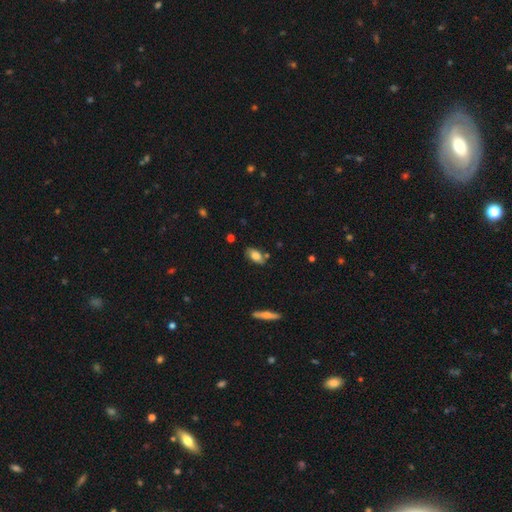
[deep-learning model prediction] smooth-or-featured: smooth: 71% | featured or disk: 21% | star or artifact: 8%
  how-rounded: in between: 89% | cigar-shaped: 6% | round: 4%
  merging: none: 74% | minor disturbance: 17% | merger: 5% | major disturbance: 3%